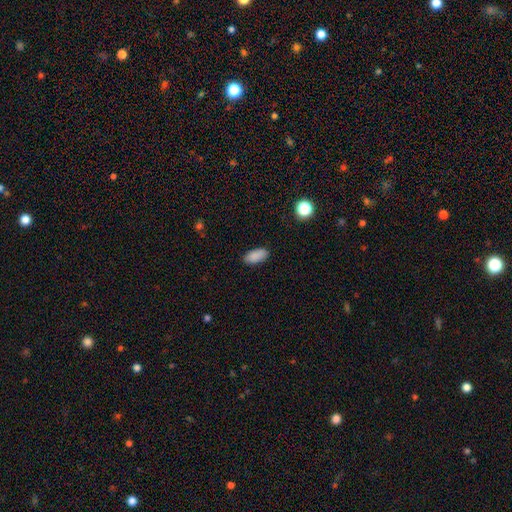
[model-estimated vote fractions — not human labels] Morphology: type=smooth (88%); roundness=in between (90%); merging=none (87%).